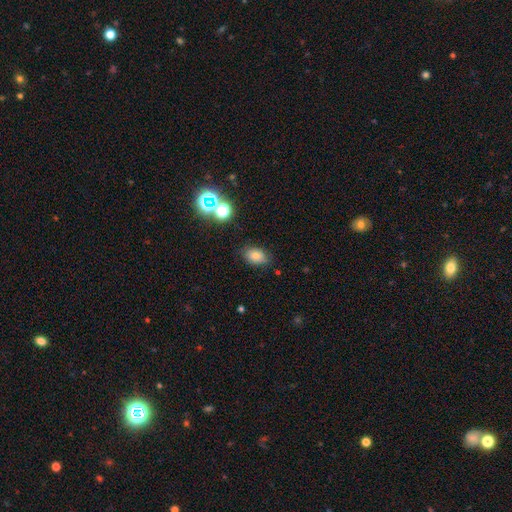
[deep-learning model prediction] Morphology: type=smooth (77%); roundness=in between (82%); merging=none (79%).